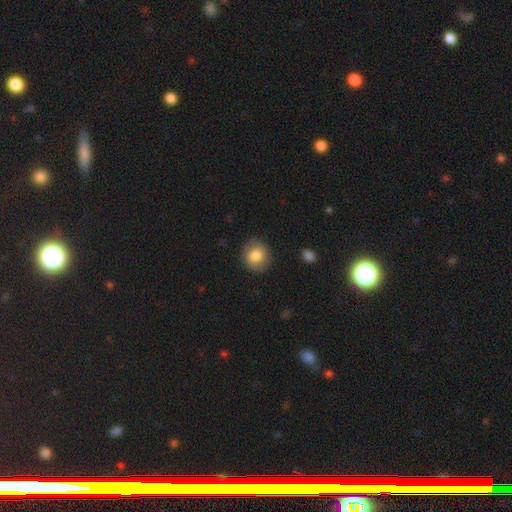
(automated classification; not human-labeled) A smooth galaxy with no disk features (82%) that is round (85%).

Vote fractions:
- Smooth or featured? smooth: 82% / featured or disk: 10% / star or artifact: 8%
- How rounded? round: 85% / in between: 14% / cigar-shaped: 1%
- Merging? none: 88% / minor disturbance: 9% / major disturbance: 2% / merger: 1%